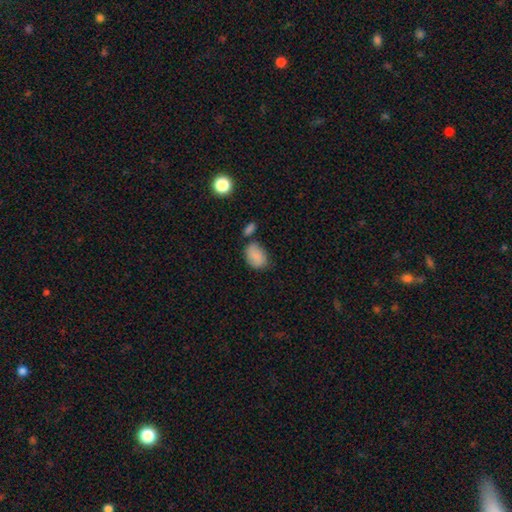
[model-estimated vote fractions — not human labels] This appears to be a smooth galaxy with no disk features (86%) that is in between round and cigar-shaped (81%). Merging: none (60%).